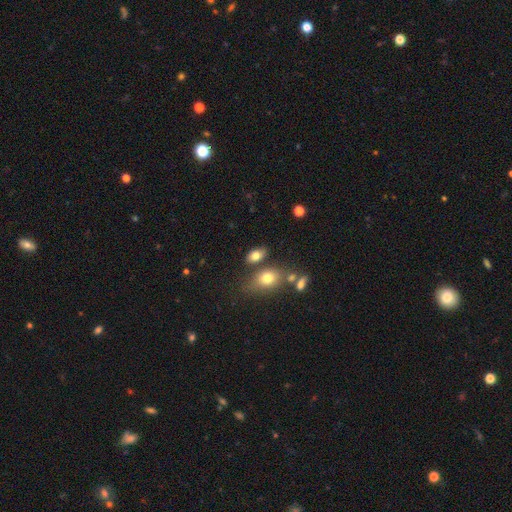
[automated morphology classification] Q: Smooth or featured?
A: smooth (77%); runner-up: featured or disk (13%)
Q: How rounded?
A: in between (86%); runner-up: round (11%)
Q: Merging?
A: none (67%); runner-up: merger (15%)